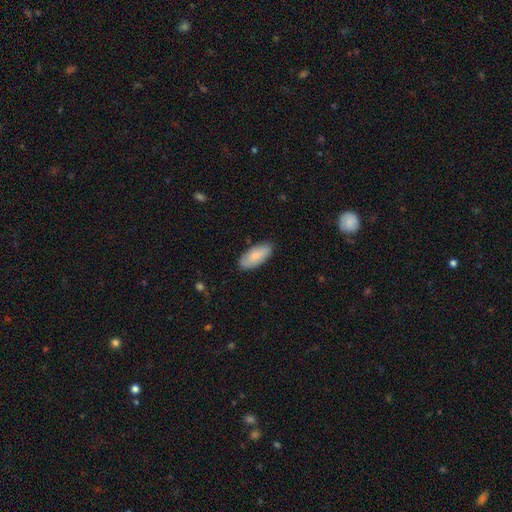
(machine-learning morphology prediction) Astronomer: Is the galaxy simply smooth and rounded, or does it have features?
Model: smooth — 84%.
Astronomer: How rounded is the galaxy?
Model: in between — 88%.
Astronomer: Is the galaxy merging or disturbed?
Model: none — 85%.